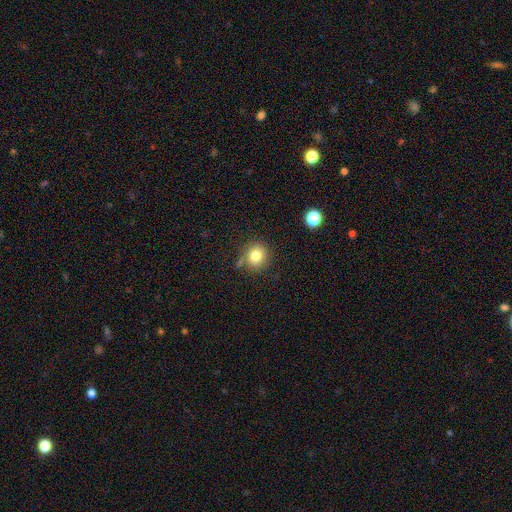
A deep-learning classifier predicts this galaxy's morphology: A smooth galaxy with no disk features (80%) that is round (85%).

Vote fractions:
- Smooth or featured? smooth: 80% / star or artifact: 12% / featured or disk: 8%
- How rounded? round: 85% / in between: 14% / cigar-shaped: 1%
- Merging? none: 76% / minor disturbance: 13% / merger: 7% / major disturbance: 4%